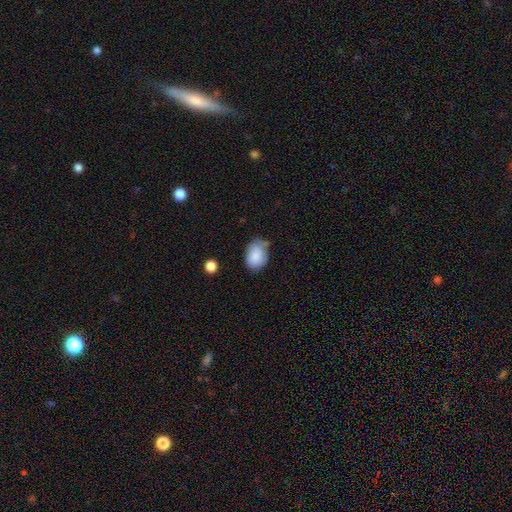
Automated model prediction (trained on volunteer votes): smooth 85%, featured or disk 8%, star or artifact 7%. Down the decision tree: how rounded — in between (74%); merging — none (56%).